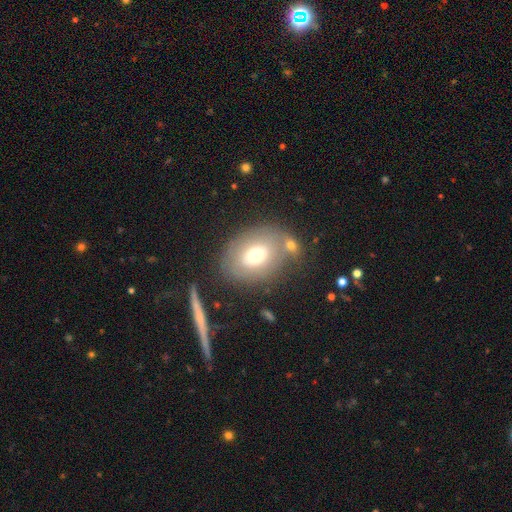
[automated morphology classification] Smooth or featured? smooth (66%)
How rounded? in between (59%)
Merging? none (61%)